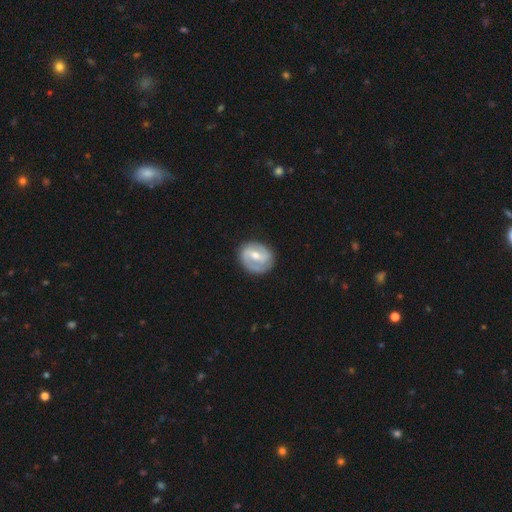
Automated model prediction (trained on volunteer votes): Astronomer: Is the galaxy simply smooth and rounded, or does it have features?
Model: featured or disk — 70%.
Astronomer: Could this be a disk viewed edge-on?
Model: no — 97%.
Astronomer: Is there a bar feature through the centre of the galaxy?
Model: weak — 48% (runner-up: strong, 33%).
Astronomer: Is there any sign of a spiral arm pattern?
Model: yes — 78%.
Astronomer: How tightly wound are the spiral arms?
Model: tight — 43% (runner-up: medium, 39%).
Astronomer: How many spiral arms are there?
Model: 2 — 74%.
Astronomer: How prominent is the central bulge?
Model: moderate — 66%.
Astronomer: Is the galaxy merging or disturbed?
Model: none — 80%.